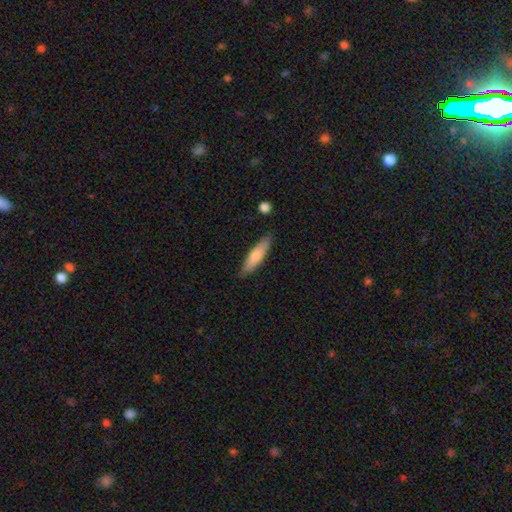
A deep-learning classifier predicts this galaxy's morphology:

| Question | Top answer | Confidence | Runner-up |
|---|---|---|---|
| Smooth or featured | smooth | 73% | featured or disk (21%) |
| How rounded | cigar-shaped | 71% | in between (27%) |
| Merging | none | 84% | minor disturbance (12%) |